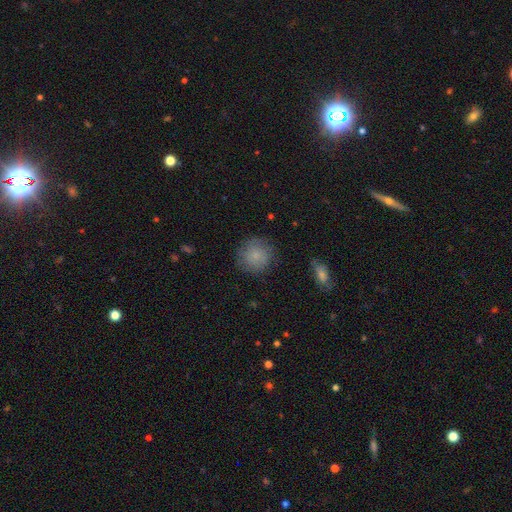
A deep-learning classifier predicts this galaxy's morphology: The model was most divided on "merging": none: 82%, minor disturbance: 13%, major disturbance: 4%, merger: 1%. More confident: how rounded — round (91%); smooth or featured — smooth (82%).